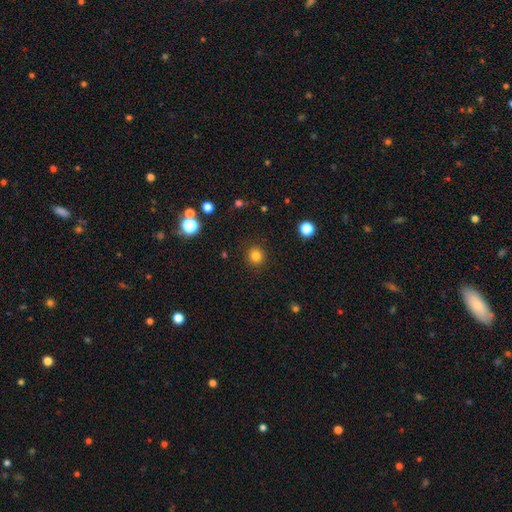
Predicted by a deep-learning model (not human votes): Smooth or featured? Predicted: smooth (p=0.82). How rounded? Predicted: round (p=0.94). Merging? Predicted: none (p=0.91).